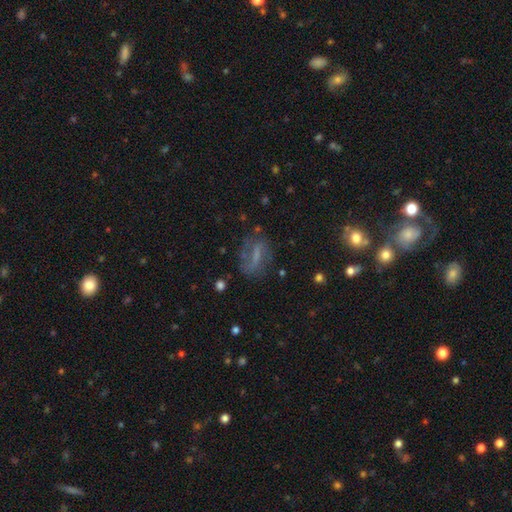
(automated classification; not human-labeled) A featured or disk galaxy (52%). Merging: none (62%).